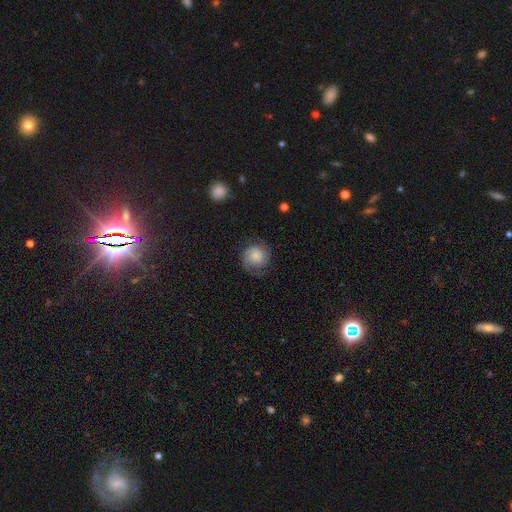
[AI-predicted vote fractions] Morphology: type=featured or disk (54%); edge-on=no (98%); bar=no (75%); spiral arms=yes (92%); bulge=moderate (31%); merging=none (74%).